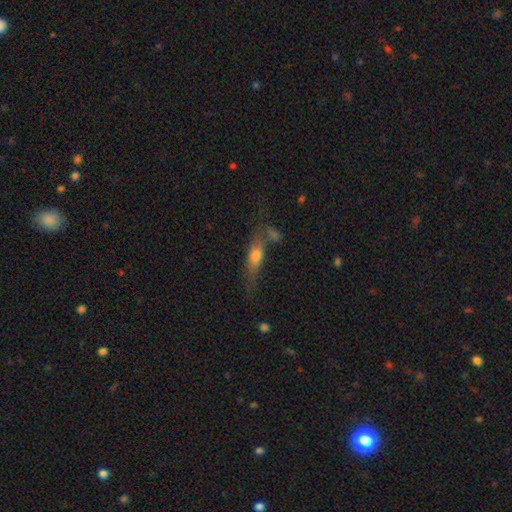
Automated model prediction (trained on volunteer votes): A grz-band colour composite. It shows a smooth galaxy with no disk features (59%) that is cigar-shaped (51%). Merging: none (52%).